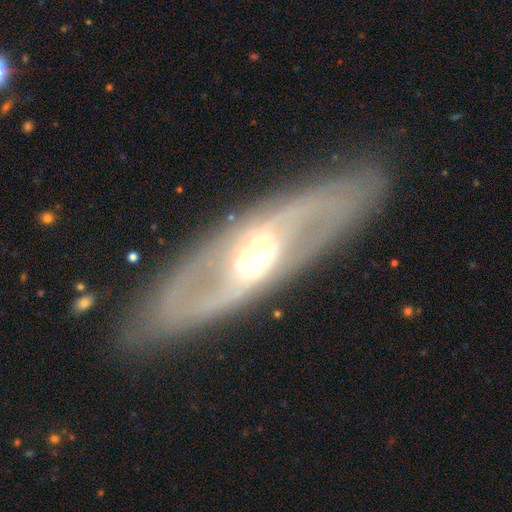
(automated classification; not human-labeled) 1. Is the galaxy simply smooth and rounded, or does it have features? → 80% featured or disk, 14% smooth, 6% star or artifact.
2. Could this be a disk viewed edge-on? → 76% no, 24% yes.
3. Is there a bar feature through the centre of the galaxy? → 53% no, 30% weak, 17% strong.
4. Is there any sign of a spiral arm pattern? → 57% yes, 43% no.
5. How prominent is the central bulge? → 65% moderate, 18% small, 13% large, 2% dominant, 1% none.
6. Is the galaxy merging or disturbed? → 80% none, 12% minor disturbance, 6% major disturbance, 2% merger.